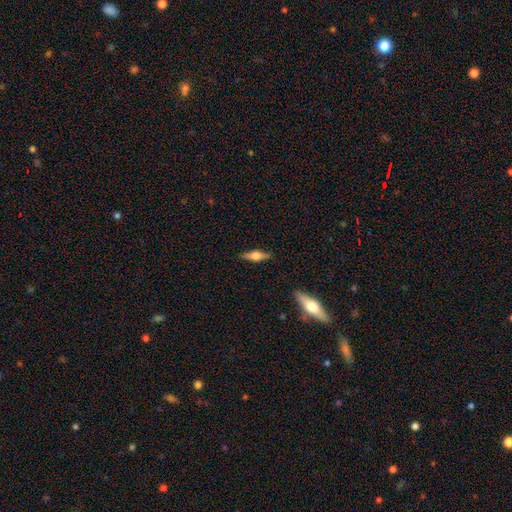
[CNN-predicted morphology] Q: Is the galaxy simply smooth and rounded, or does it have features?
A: featured or disk — 50%.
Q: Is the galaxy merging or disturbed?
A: none — 86%.